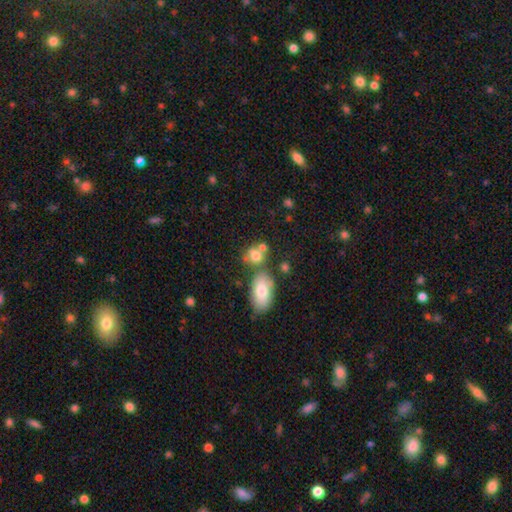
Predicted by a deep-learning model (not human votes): Morphology: type=smooth (77%); roundness=in between (52%); merging=none (43%).